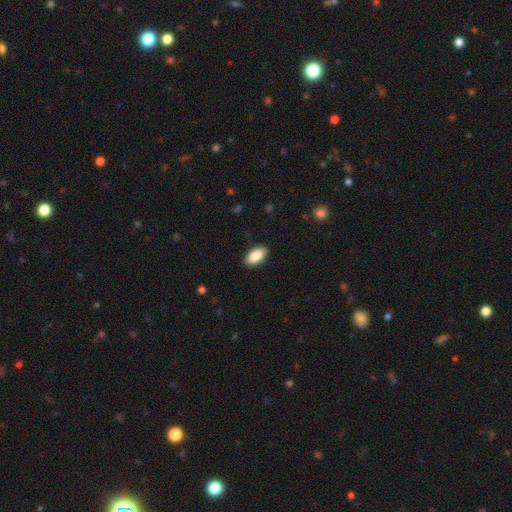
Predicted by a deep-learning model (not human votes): This appears to be a smooth galaxy with no disk features (88%) that is in between round and cigar-shaped (94%). Merging: none (90%).